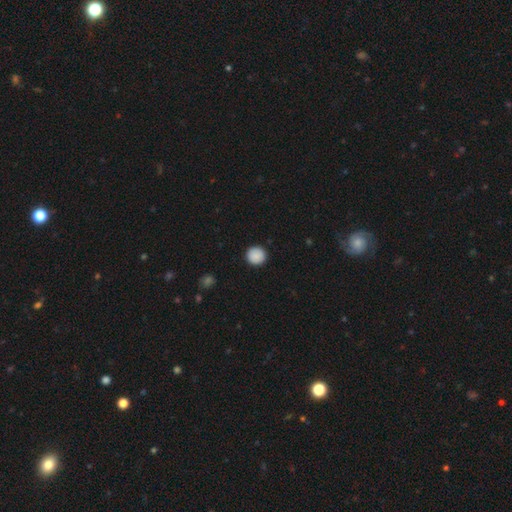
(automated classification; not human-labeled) smooth 89%, star or artifact 8%, featured or disk 3%. Down the decision tree: how rounded — round (94%); merging — none (92%).